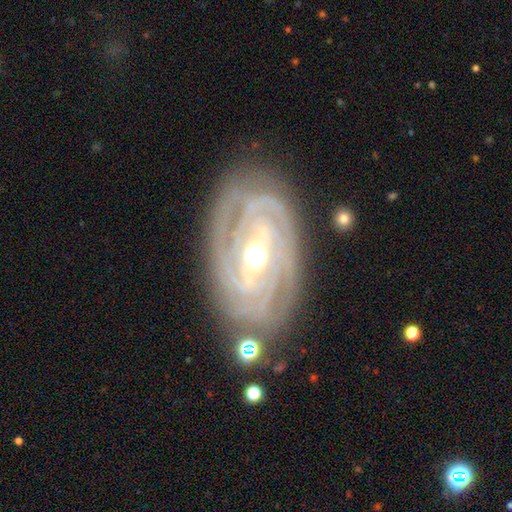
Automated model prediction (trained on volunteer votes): A featured or disk galaxy (90%) with no bar (49%), 3 (28%) tight (80%) spiral arms (97%) and a moderate central bulge (71%).

Vote fractions:
- Smooth or featured? featured or disk: 90% / smooth: 5% / star or artifact: 4%
- Edge-on disk? no: 95% / yes: 5%
- Bar? no: 49% / weak: 31% / strong: 20%
- Spiral arms? yes: 97% / no: 3%
- Spiral winding? tight: 80% / medium: 17% / loose: 3%
- Spiral arm count? 3: 28% / 2: 21% / can't tell: 20% / 4: 17% / more than 4: 8% / 1: 7%
- Bulge size? moderate: 71% / small: 20% / large: 7% / dominant: 1% / none: 1%
- Merging? none: 79% / minor disturbance: 14% / major disturbance: 4% / merger: 2%